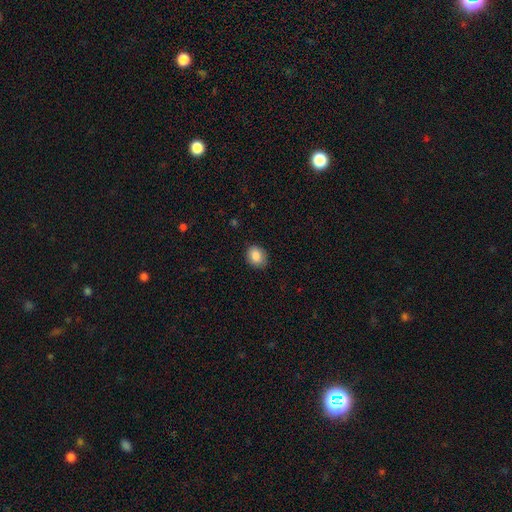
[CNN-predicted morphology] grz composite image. It shows a smooth galaxy with no disk features (86%) that is in between round and cigar-shaped (50%). Merging: none (82%).